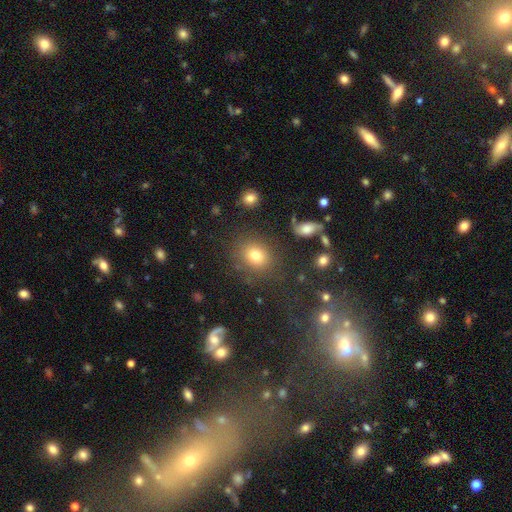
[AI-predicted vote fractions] Smooth or featured?
  - smooth: 77% *
  - star or artifact: 14%
  - featured or disk: 9%
How rounded?
  - round: 64% *
  - in between: 35%
  - cigar-shaped: 1%
Merging?
  - none: 82% *
  - minor disturbance: 10%
  - major disturbance: 5%
  - merger: 3%